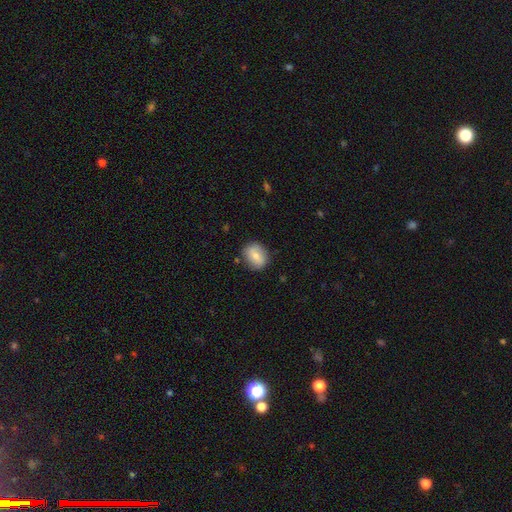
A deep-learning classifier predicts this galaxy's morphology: A smooth galaxy with no disk features (70%) that is round (55%).

Vote fractions:
- Smooth or featured? smooth: 70% / featured or disk: 23% / star or artifact: 8%
- How rounded? round: 55% / in between: 43% / cigar-shaped: 1%
- Merging? none: 81% / minor disturbance: 14% / major disturbance: 3% / merger: 2%